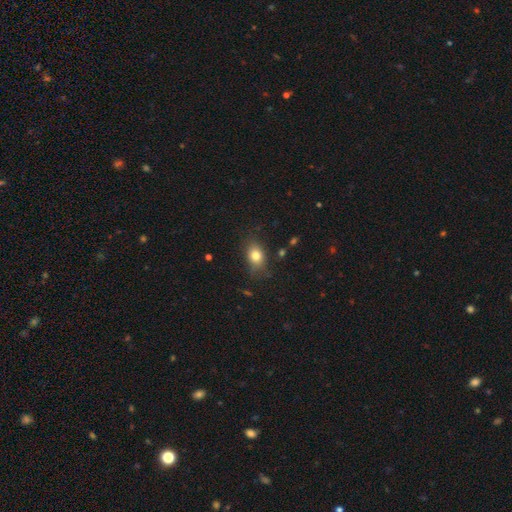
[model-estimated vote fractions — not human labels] smooth_or_featured: smooth (p=0.81) [alt: featured or disk p=0.10]
how_rounded: in between (p=0.74) [alt: round p=0.24]
merging: none (p=0.75) [alt: minor disturbance p=0.18]